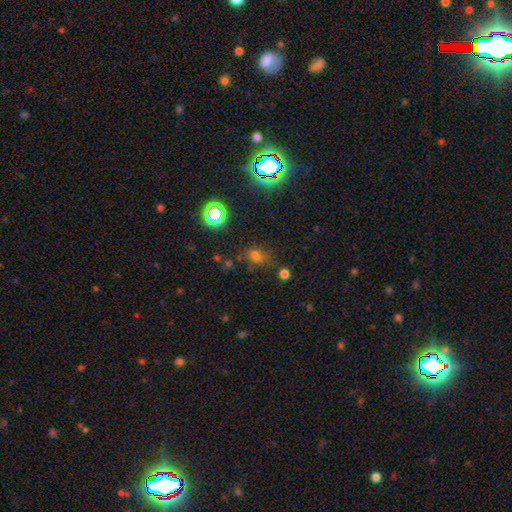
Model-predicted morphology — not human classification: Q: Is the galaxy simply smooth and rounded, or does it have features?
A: smooth — 51%.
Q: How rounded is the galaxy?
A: in between — 50%.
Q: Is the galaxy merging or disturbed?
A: none — 60%.